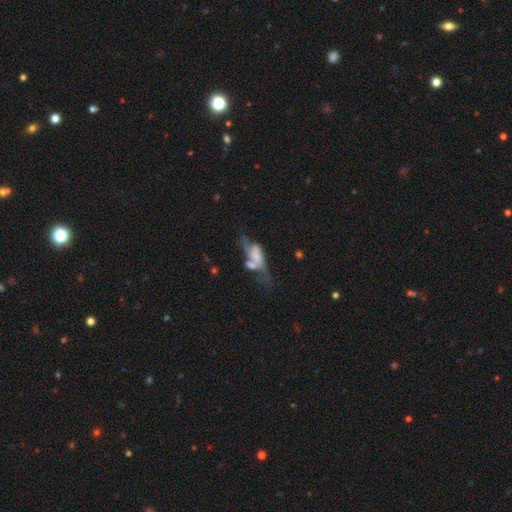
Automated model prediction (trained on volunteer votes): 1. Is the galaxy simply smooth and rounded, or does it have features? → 49% featured or disk, 41% smooth, 10% star or artifact.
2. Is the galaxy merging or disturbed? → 40% merger, 25% major disturbance, 20% none, 15% minor disturbance.